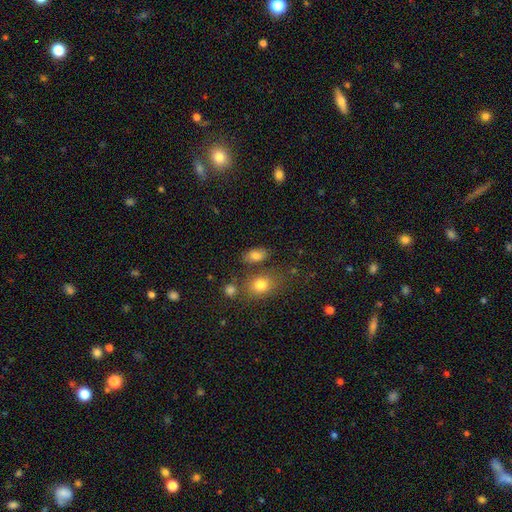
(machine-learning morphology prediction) Smooth or featured?
  - smooth: 78% *
  - star or artifact: 12%
  - featured or disk: 10%
How rounded?
  - in between: 85% *
  - round: 12%
  - cigar-shaped: 2%
Merging?
  - none: 68% *
  - minor disturbance: 15%
  - merger: 12%
  - major disturbance: 5%